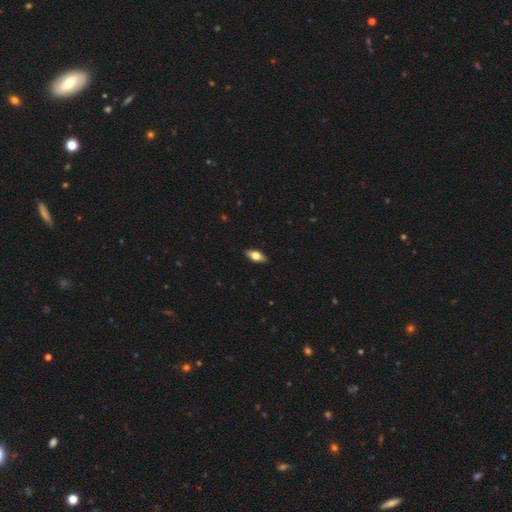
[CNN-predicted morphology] Smooth or featured? Predicted: smooth (p=0.67). How rounded? Predicted: in between (p=0.86). Merging? Predicted: none (p=0.88).